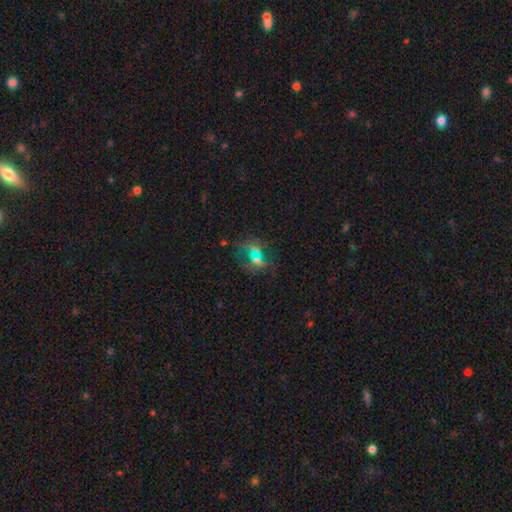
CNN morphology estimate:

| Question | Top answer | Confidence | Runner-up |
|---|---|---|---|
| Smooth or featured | star or artifact | 38% | featured or disk (32%) |